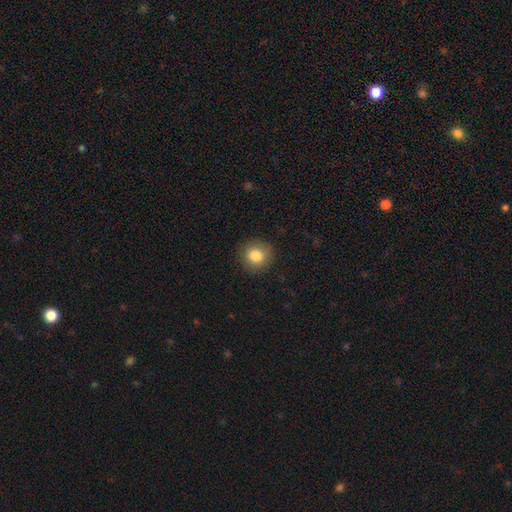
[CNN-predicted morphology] This is clearly a smooth galaxy (82%). How rounded: clearly round (90%). Merging: clearly none (88%).